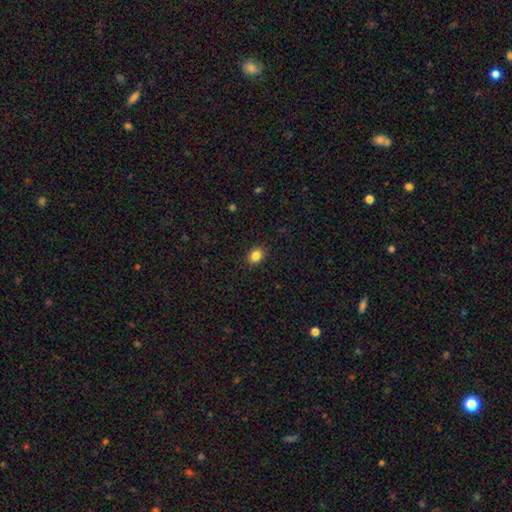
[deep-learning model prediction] The model was most divided on "how rounded": in between: 55%, round: 44%, cigar-shaped: 1%. More confident: merging — none (89%); smooth or featured — smooth (85%).